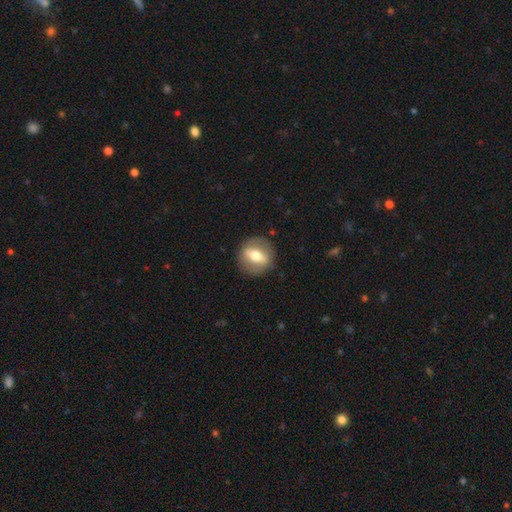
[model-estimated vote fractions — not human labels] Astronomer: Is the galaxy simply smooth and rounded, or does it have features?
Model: featured or disk — 50% (runner-up: smooth, 43%).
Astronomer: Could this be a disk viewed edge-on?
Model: no — 64%.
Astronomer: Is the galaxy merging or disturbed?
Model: none — 86%.